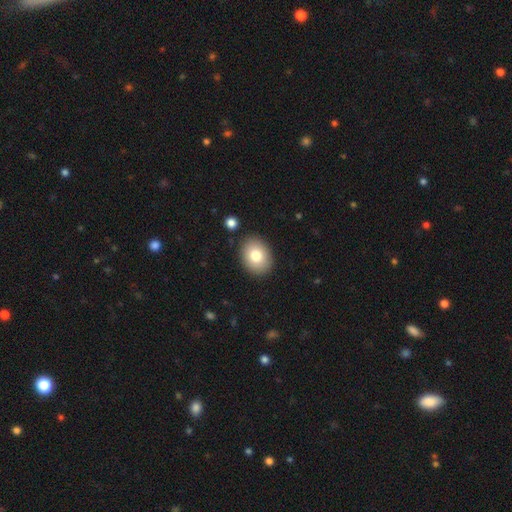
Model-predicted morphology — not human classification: Overall: smooth (80%). How rounded: in between (57%; round 42%). Merging: none (88%).